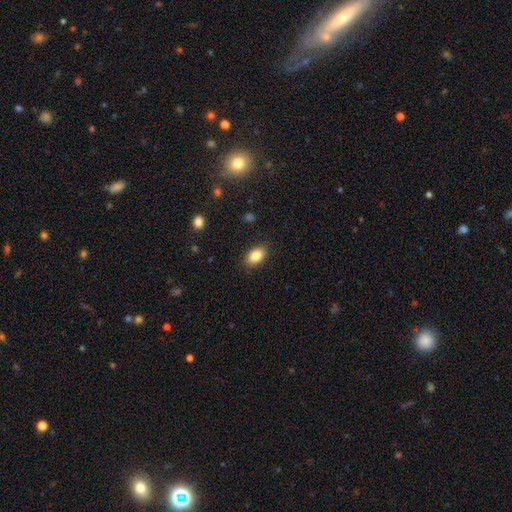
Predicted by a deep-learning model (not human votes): Q: Smooth or featured?
A: smooth (85%); runner-up: star or artifact (8%)
Q: How rounded?
A: in between (88%); runner-up: round (10%)
Q: Merging?
A: none (87%); runner-up: minor disturbance (10%)